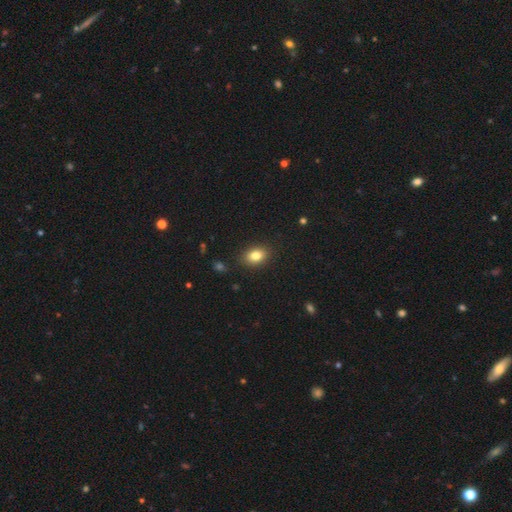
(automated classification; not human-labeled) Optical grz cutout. It shows a smooth galaxy with no disk features (82%) that is in between round and cigar-shaped (73%). Merging: none (88%).